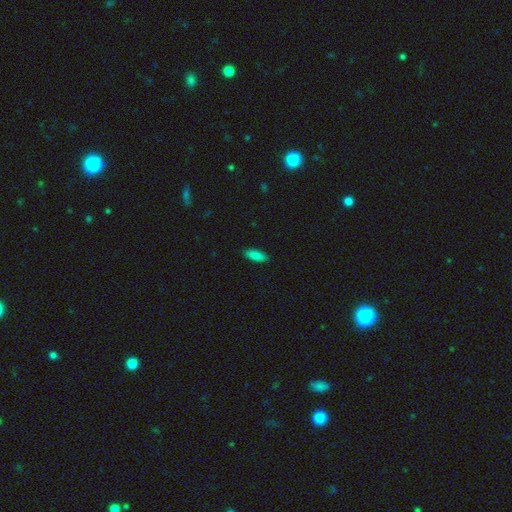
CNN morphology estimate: Smooth or featured: smooth — 87% (star or artifact — 8%)
How rounded: in between — 74% (cigar-shaped — 24%)
Merging: none — 89% (minor disturbance — 8%)